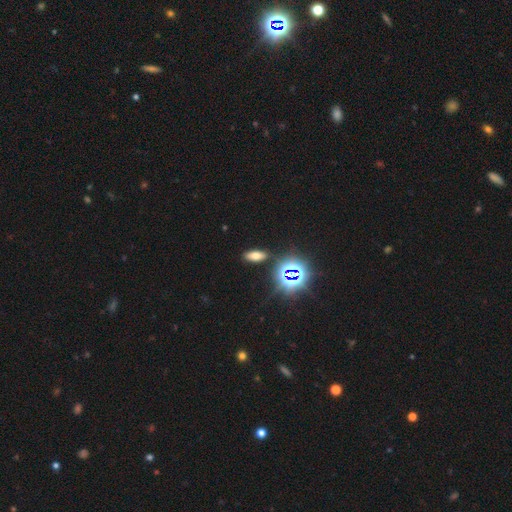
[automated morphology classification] Smooth or featured? smooth (54%)
How rounded? in between (75%)
Merging? none (88%)